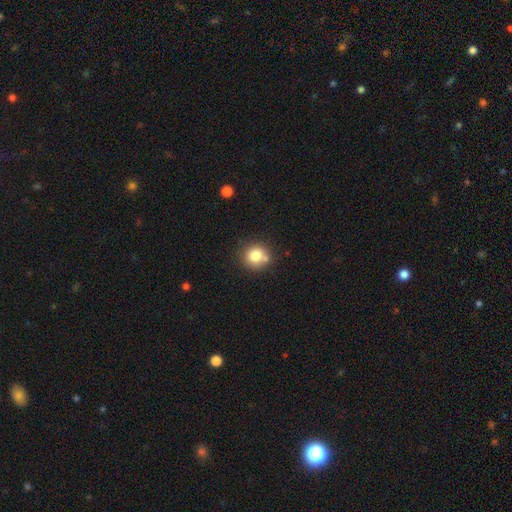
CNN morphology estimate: smooth_or_featured: smooth (p=0.78) [alt: star or artifact p=0.11]
how_rounded: round (p=0.88) [alt: in between p=0.11]
merging: none (p=0.70) [alt: merger p=0.13]